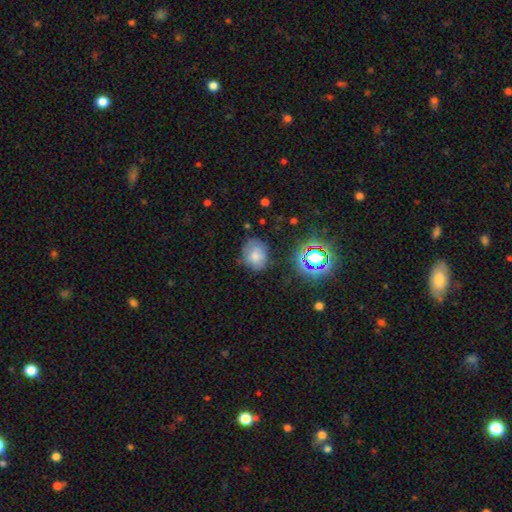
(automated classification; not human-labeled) This is likely a smooth galaxy (69%). How rounded: possibly round (58%). Merging: likely none (67%).